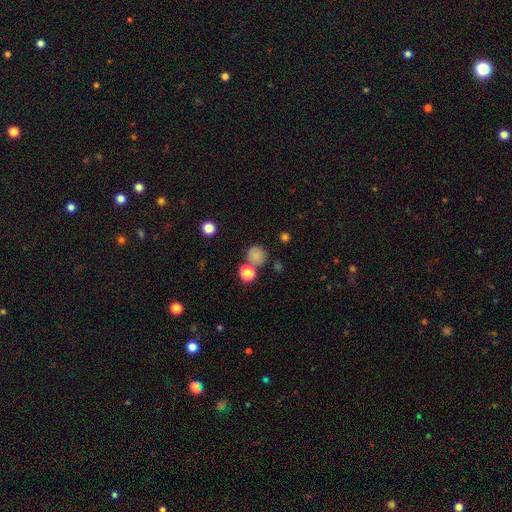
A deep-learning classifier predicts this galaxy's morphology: A smooth galaxy with no disk features (79%) that is round (89%). Merging: none (69%).